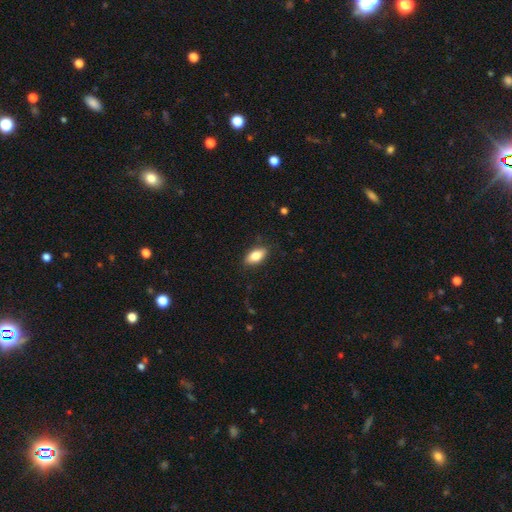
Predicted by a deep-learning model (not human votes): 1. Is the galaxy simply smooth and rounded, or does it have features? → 82% smooth, 11% featured or disk, 7% star or artifact.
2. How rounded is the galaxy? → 88% in between, 8% cigar-shaped, 4% round.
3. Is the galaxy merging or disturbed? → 84% none, 12% minor disturbance, 3% major disturbance, 1% merger.